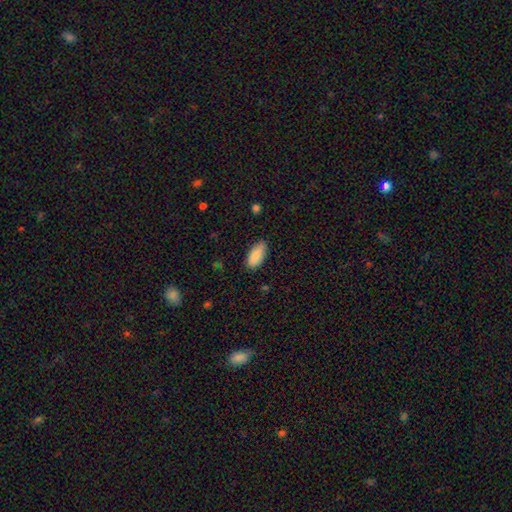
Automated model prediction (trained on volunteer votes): smooth-or-featured: smooth: 88% | star or artifact: 6% | featured or disk: 6%
  how-rounded: in between: 85% | cigar-shaped: 13% | round: 2%
  merging: none: 83% | minor disturbance: 14% | major disturbance: 2% | merger: 1%